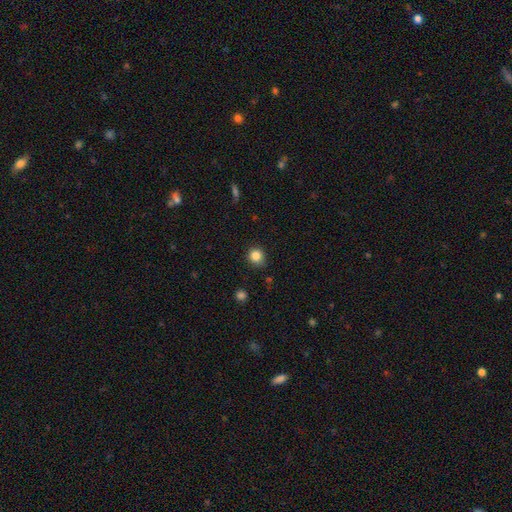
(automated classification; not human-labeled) smooth_or_featured: smooth (p=0.85) [alt: star or artifact p=0.11]
how_rounded: round (p=0.84) [alt: in between p=0.15]
merging: none (p=0.84) [alt: minor disturbance p=0.12]